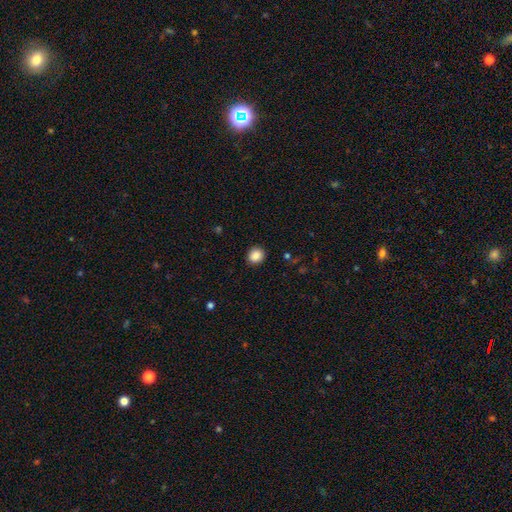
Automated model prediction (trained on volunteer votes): smooth-or-featured: smooth: 87% | star or artifact: 9% | featured or disk: 3%
  how-rounded: round: 78% | in between: 21% | cigar-shaped: 1%
  merging: none: 90% | minor disturbance: 6% | major disturbance: 2% | merger: 1%